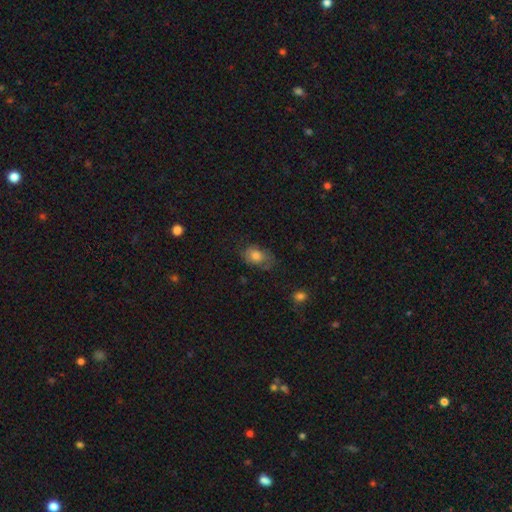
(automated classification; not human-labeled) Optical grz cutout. It shows a smooth galaxy with no disk features (73%) that is in between round and cigar-shaped (79%). Merging: none (54%).